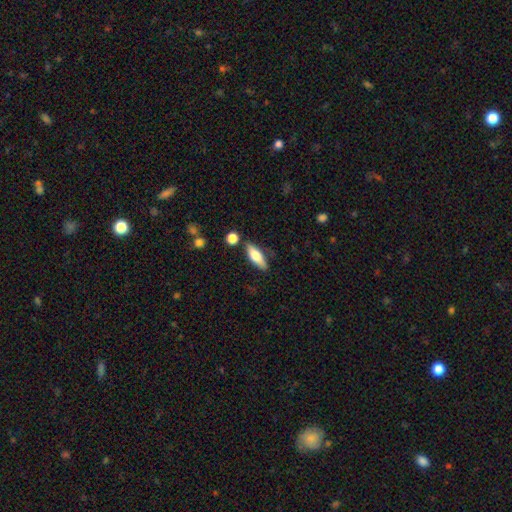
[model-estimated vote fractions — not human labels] This is likely a smooth galaxy (63%). How rounded: possibly in between (59%). Merging: likely none (80%).